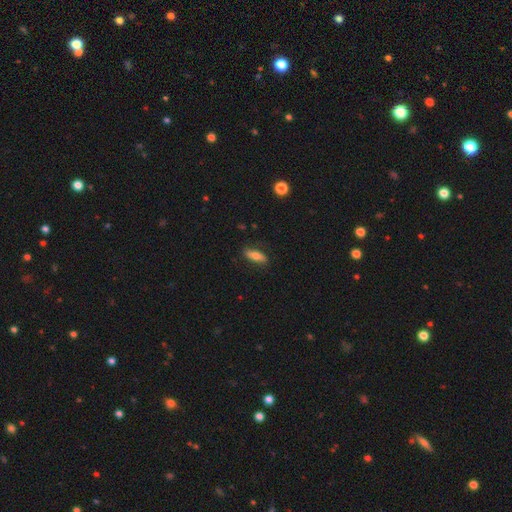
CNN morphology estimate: type=smooth (67%); roundness=in between (61%); merging=none (80%).